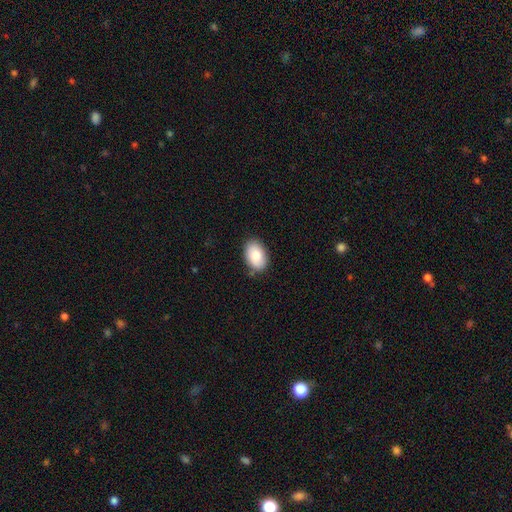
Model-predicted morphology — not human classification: This is clearly a smooth galaxy (85%). How rounded: clearly in between (89%). Merging: clearly none (82%).